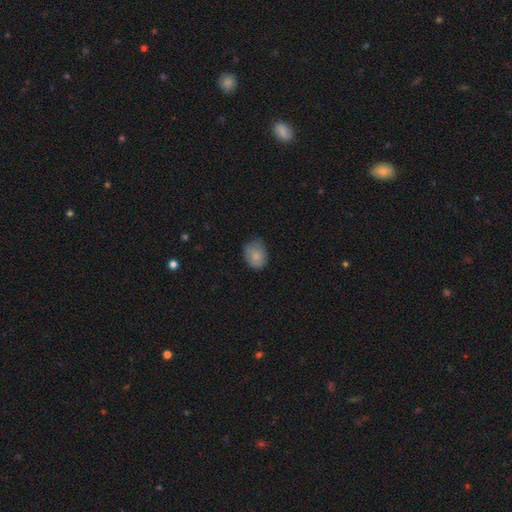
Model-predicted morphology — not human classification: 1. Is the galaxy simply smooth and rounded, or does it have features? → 83% smooth, 8% featured or disk, 8% star or artifact.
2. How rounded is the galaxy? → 62% in between, 37% round, 1% cigar-shaped.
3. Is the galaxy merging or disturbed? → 66% none, 28% minor disturbance, 6% major disturbance, 1% merger.